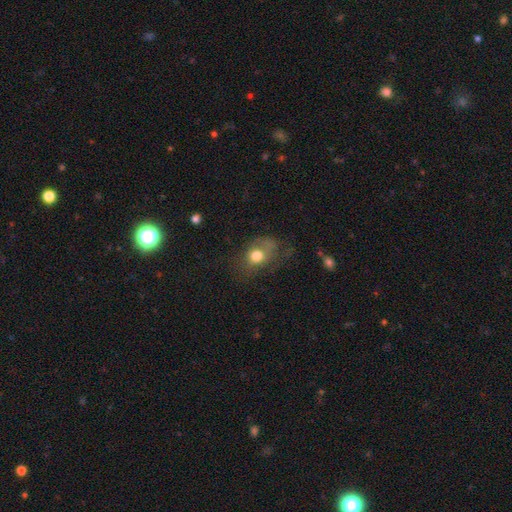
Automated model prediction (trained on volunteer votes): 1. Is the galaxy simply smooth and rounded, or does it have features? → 67% smooth, 22% featured or disk, 11% star or artifact.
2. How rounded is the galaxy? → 56% in between, 42% round, 2% cigar-shaped.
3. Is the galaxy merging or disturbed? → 41% none, 30% major disturbance, 26% minor disturbance, 3% merger.